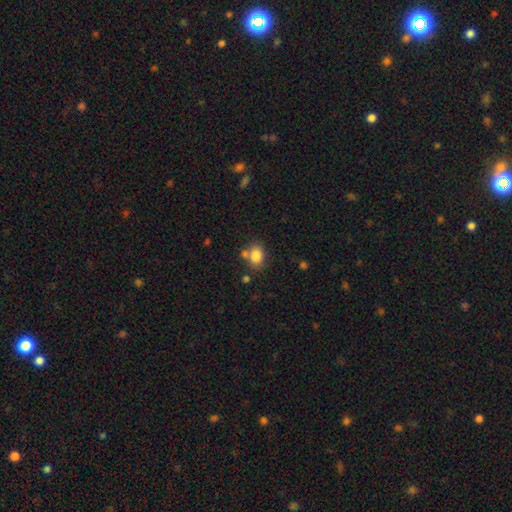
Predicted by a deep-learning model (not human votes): The model was most divided on "how rounded": in between: 61%, round: 38%, cigar-shaped: 1%. More confident: smooth or featured — smooth (83%); merging — none (64%).